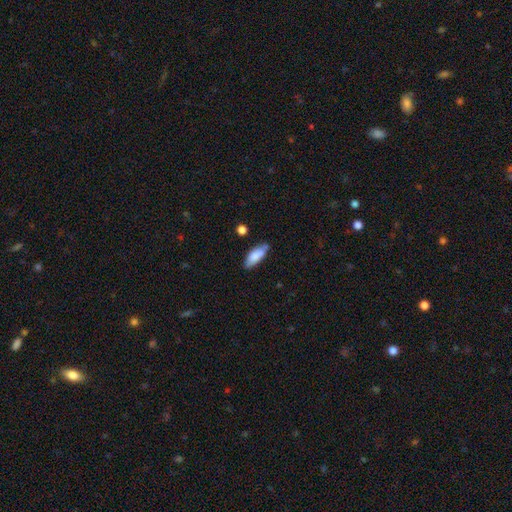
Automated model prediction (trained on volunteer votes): This appears to be a smooth galaxy with no disk features (82%) that is in between round and cigar-shaped (71%). Merging: none (68%).